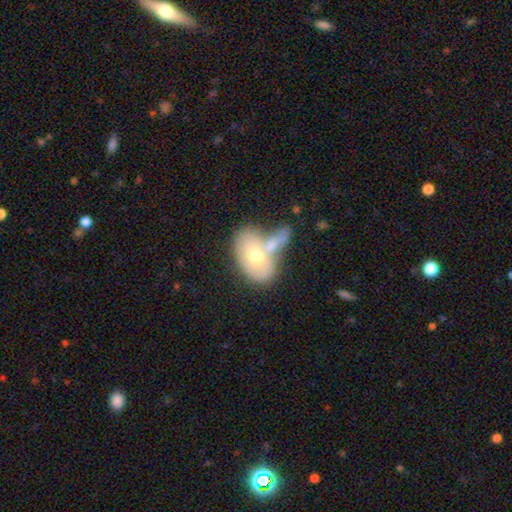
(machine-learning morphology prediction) A smooth galaxy with no disk features (59%) that is in between round and cigar-shaped (85%). Merging: merger (55%).